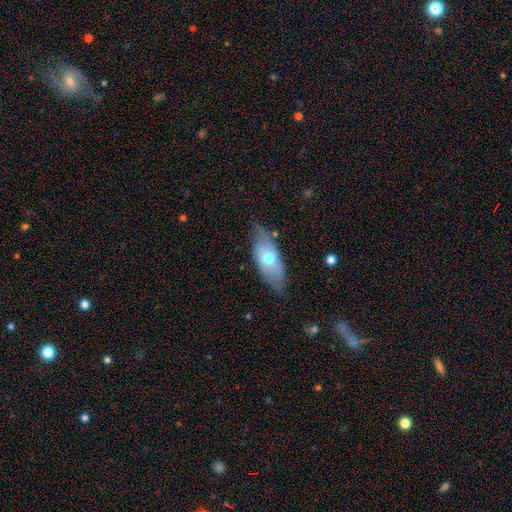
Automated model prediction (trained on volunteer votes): smooth_or_featured: smooth (p=0.61) [alt: featured or disk p=0.33]
how_rounded: in between (p=0.79) [alt: cigar-shaped p=0.18]
merging: none (p=0.67) [alt: minor disturbance p=0.25]